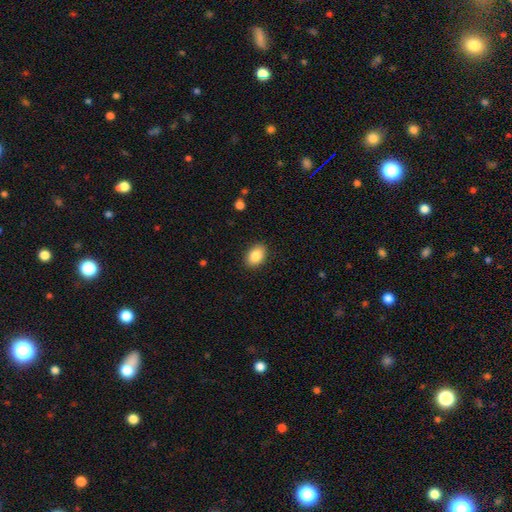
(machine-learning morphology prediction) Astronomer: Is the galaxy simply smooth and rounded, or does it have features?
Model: smooth — 87%.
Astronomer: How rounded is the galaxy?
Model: in between — 83%.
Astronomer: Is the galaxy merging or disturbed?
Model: none — 88%.